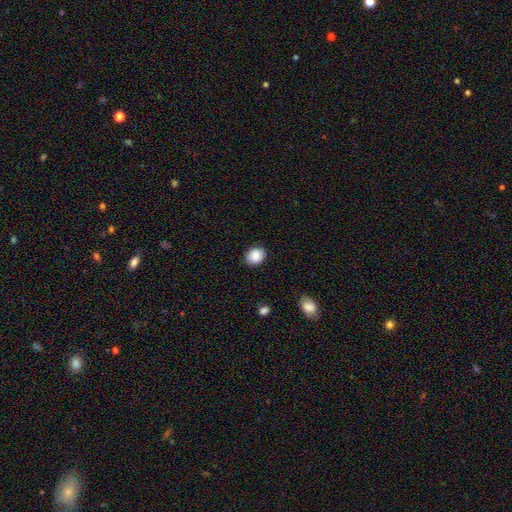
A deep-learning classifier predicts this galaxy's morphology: type=smooth (82%); roundness=round (50%); merging=none (85%).